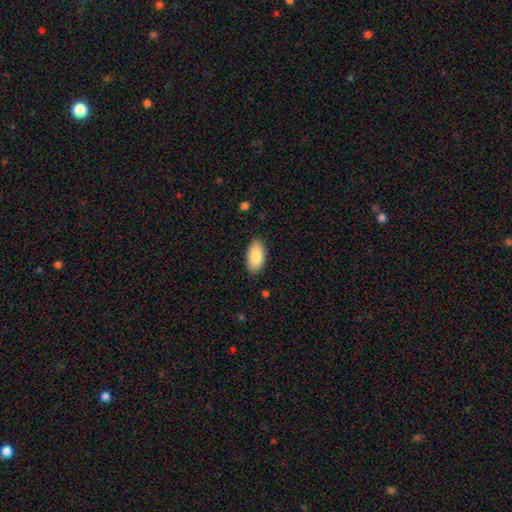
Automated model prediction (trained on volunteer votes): This appears to be a smooth galaxy with no disk features (85%) that is in between round and cigar-shaped (94%). Merging: none (87%).